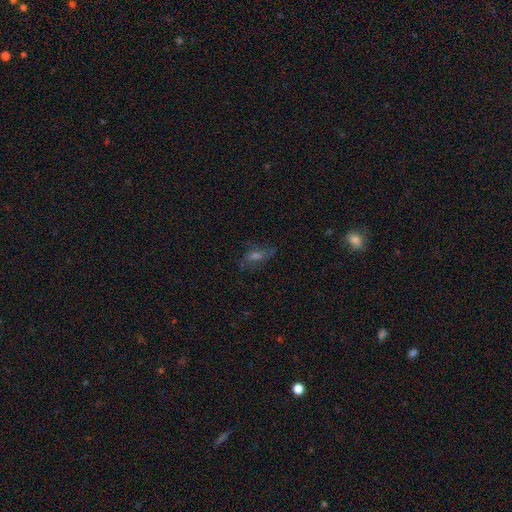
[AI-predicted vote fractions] Morphology: type=featured or disk (41%); merging=none (69%).